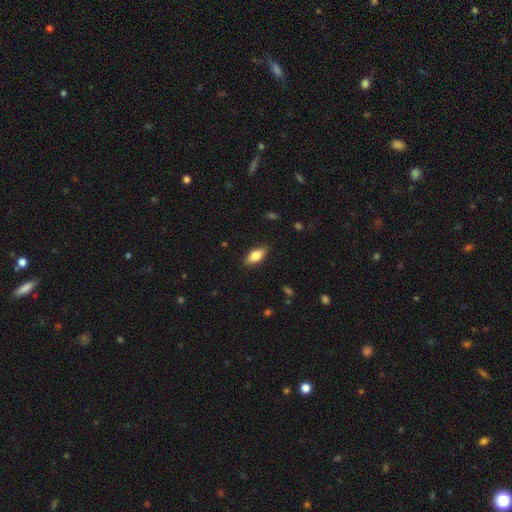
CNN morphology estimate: Smooth or featured: smooth — 70% (featured or disk — 23%)
How rounded: in between — 82% (cigar-shaped — 14%)
Merging: none — 87% (minor disturbance — 10%)